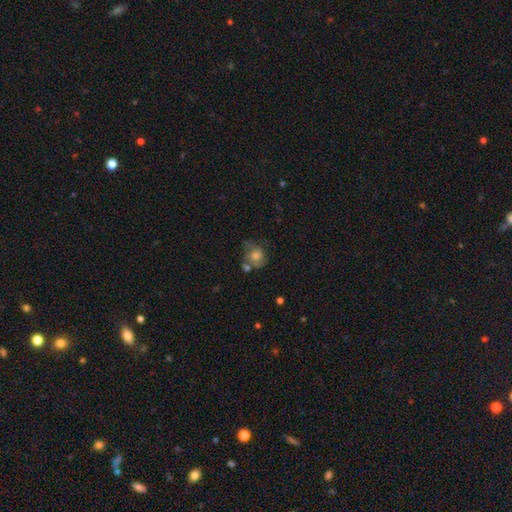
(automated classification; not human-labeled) smooth_or_featured: smooth (p=0.55) [alt: featured or disk p=0.33]
how_rounded: round (p=0.62) [alt: in between p=0.36]
merging: none (p=0.42) [alt: minor disturbance p=0.24]